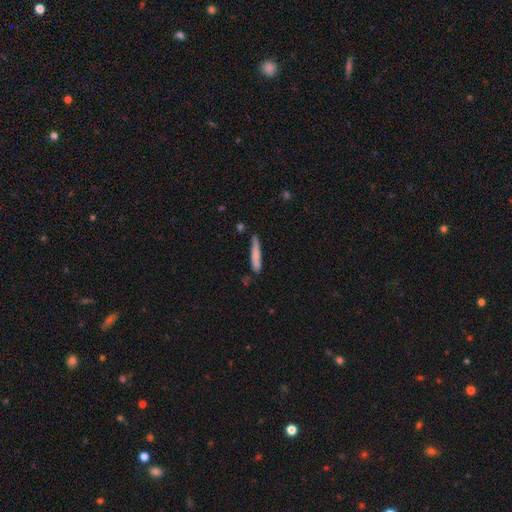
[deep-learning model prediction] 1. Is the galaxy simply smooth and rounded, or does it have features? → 76% smooth, 18% featured or disk, 6% star or artifact.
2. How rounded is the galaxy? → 93% cigar-shaped, 6% in between, 1% round.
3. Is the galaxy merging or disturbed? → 73% none, 20% minor disturbance, 4% merger, 4% major disturbance.